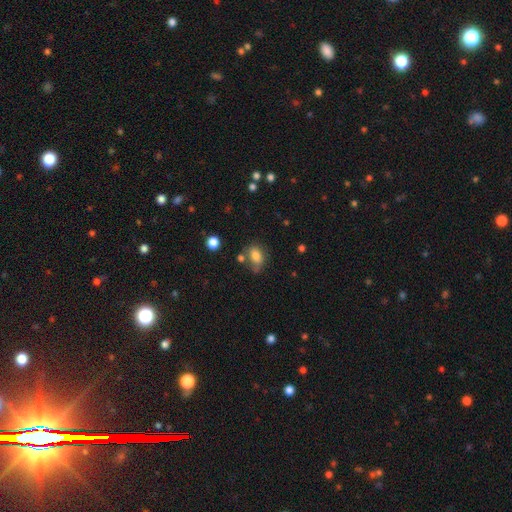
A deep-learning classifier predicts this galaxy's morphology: Smooth or featured: smooth — 78% (featured or disk — 11%)
How rounded: in between — 80% (round — 18%)
Merging: none — 53% (minor disturbance — 25%)